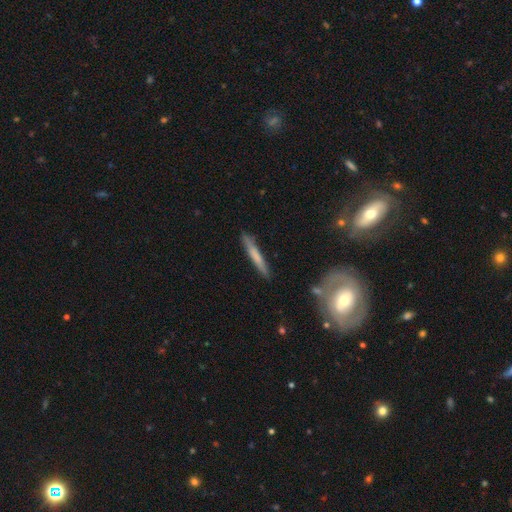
Morphology: type=featured or disk (49%); edge-on=yes (84%); edge-on bulge=none (75%); merging=none (89%).